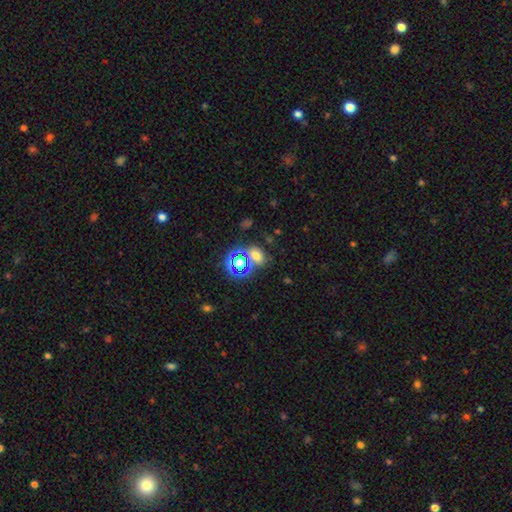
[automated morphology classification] Smooth or featured?
  - smooth: 56% *
  - star or artifact: 34%
  - featured or disk: 10%
How rounded?
  - in between: 62% *
  - round: 36%
  - cigar-shaped: 2%
Merging?
  - none: 65% *
  - merger: 17%
  - minor disturbance: 13%
  - major disturbance: 5%